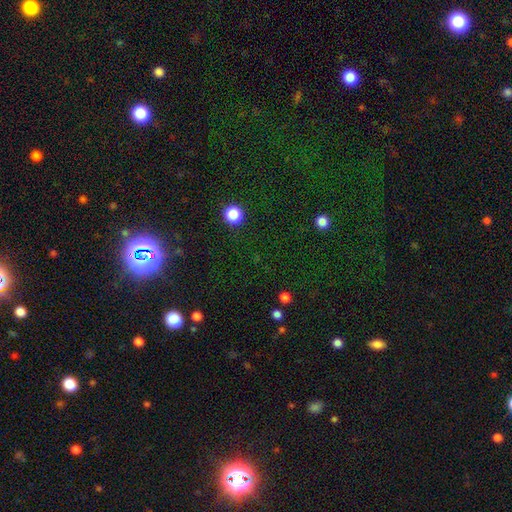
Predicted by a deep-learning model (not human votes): Smooth or featured: star or artifact — 71% (smooth — 22%)